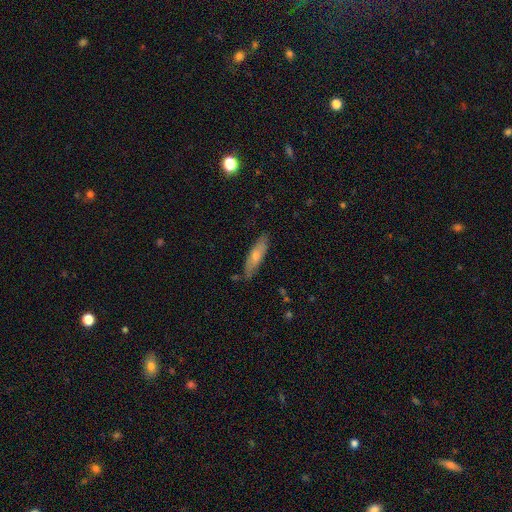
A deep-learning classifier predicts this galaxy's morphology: This appears to be a smooth galaxy with no disk features (54%) that is cigar-shaped (64%). Merging: none (82%).